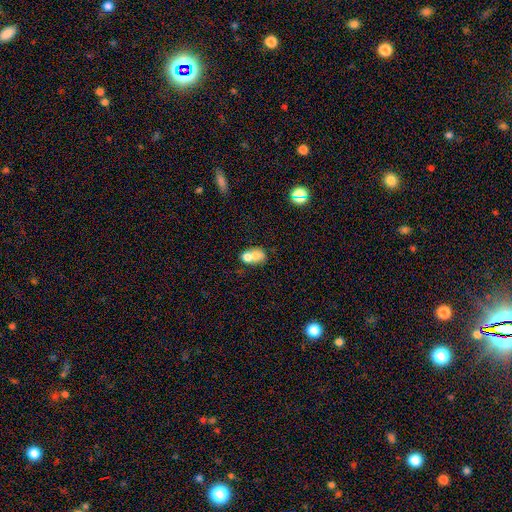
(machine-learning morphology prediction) smooth-or-featured: smooth: 65% | featured or disk: 24% | star or artifact: 11%
  how-rounded: in between: 66% | round: 32% | cigar-shaped: 2%
  merging: merger: 59% | none: 25% | minor disturbance: 10% | major disturbance: 6%